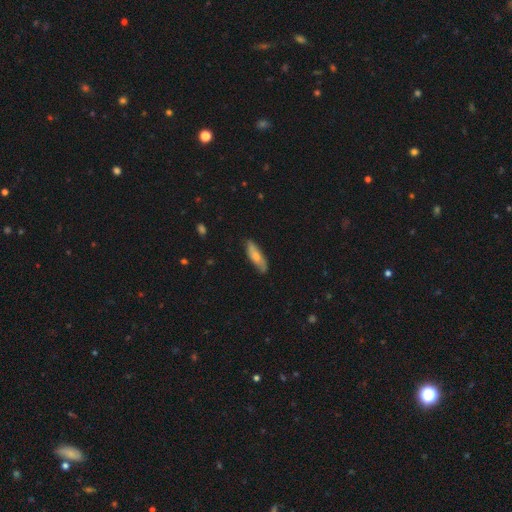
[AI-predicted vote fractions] The model was most divided on "how rounded" (2-way tie): in between: 49%, cigar-shaped: 49%, round: 2%. More confident: merging — none (78%); smooth or featured — smooth (69%).